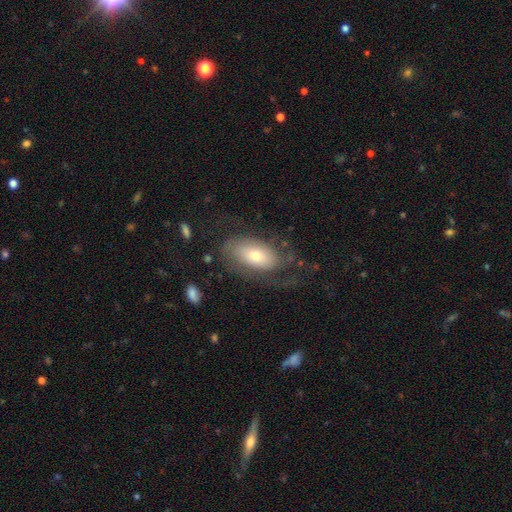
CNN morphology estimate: Smooth or featured?
  - featured or disk: 56% *
  - smooth: 37%
  - star or artifact: 7%
Edge-on disk?
  - no: 91% *
  - yes: 9%
Bar?
  - no: 70% *
  - weak: 22%
  - strong: 8%
Spiral arms?
  - yes: 76% *
  - no: 24%
Bulge size?
  - moderate: 49% *
  - small: 40%
  - large: 8%
  - dominant: 2%
  - none: 1%
Merging?
  - none: 52% *
  - major disturbance: 27%
  - minor disturbance: 19%
  - merger: 2%